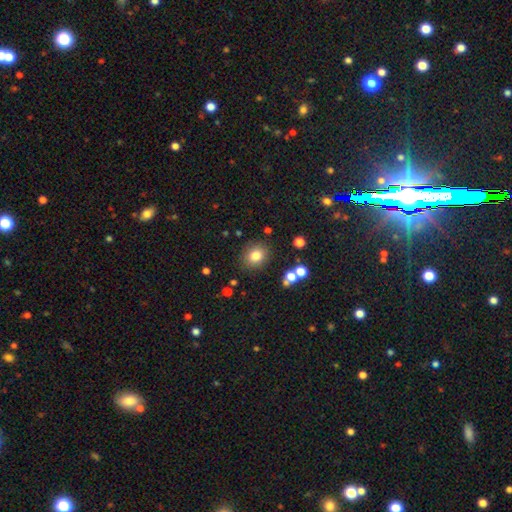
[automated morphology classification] This appears to be a smooth galaxy with no disk features (80%) that is round (68%). Merging: none (84%).